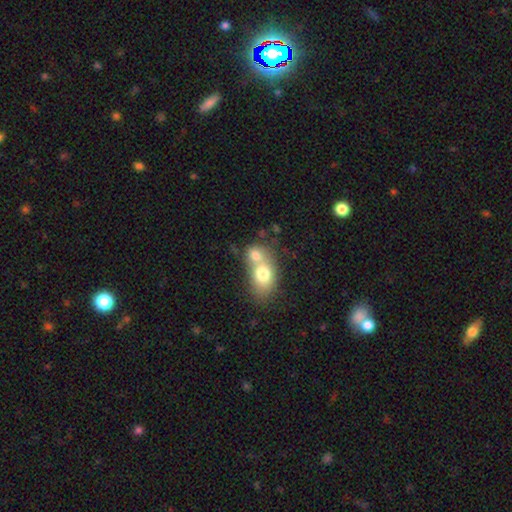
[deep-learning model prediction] Overall: smooth (73%). How rounded: in between (59%; round 39%). Merging: merger (70%).